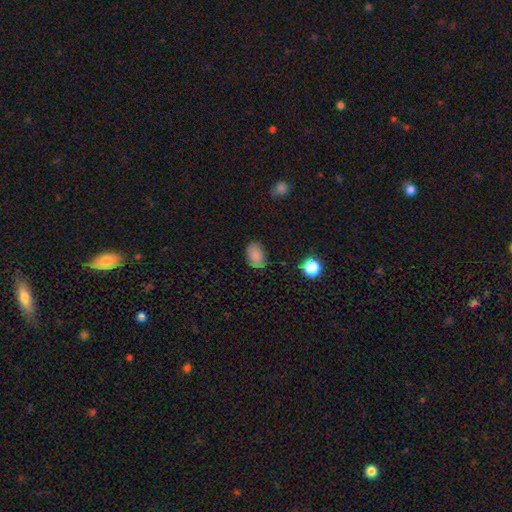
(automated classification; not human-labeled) A smooth galaxy with no disk features (86%) that is in between round and cigar-shaped (86%).

Vote fractions:
- Smooth or featured? smooth: 86% / star or artifact: 9% / featured or disk: 5%
- How rounded? in between: 86% / round: 13% / cigar-shaped: 1%
- Merging? none: 82% / minor disturbance: 13% / major disturbance: 3% / merger: 1%